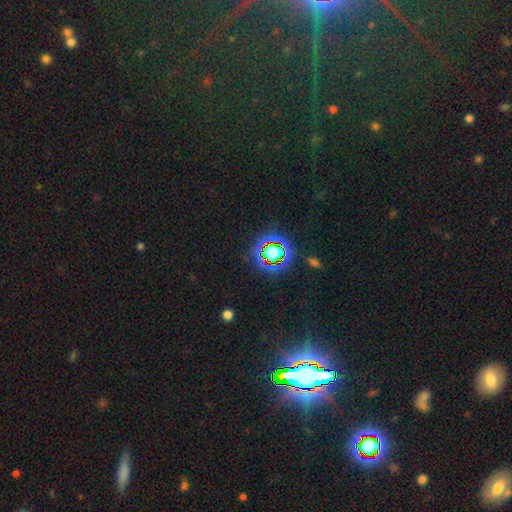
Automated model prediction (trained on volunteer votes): A star or artifact, not a galaxy (80%).

Vote fractions:
- Smooth or featured? star or artifact: 80% / smooth: 12% / featured or disk: 8%